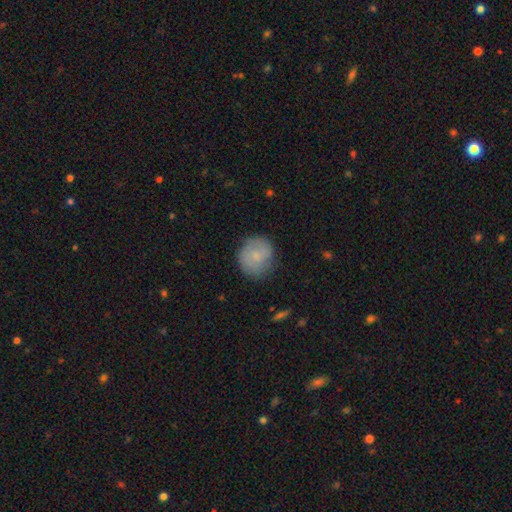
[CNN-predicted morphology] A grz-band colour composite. It shows a smooth galaxy with no disk features (67%) that is round (83%). Merging: none (75%).